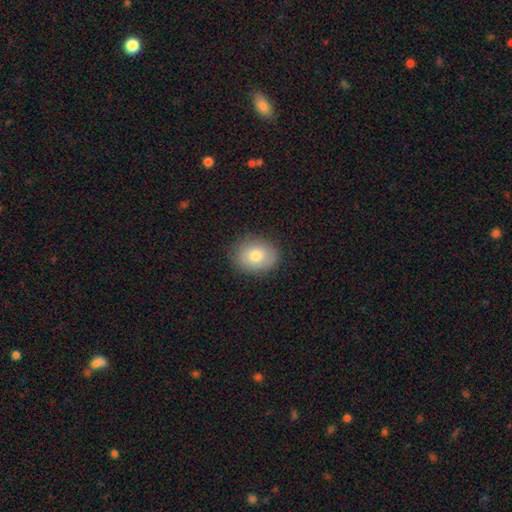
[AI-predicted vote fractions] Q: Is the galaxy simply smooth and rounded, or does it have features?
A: smooth — 76%.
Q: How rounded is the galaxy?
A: round — 53%.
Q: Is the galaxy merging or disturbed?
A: none — 84%.